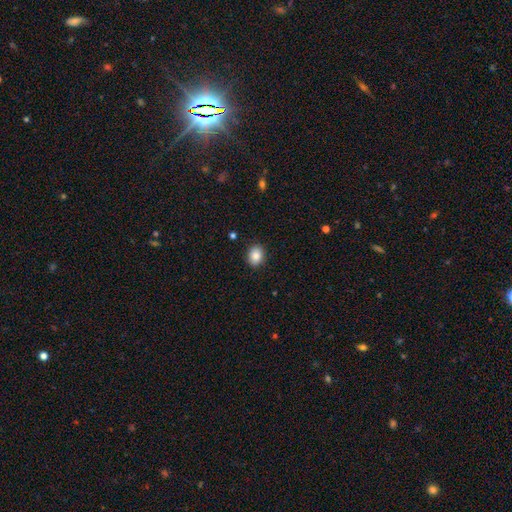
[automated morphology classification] Smooth or featured? smooth (85%)
How rounded? in between (53%)
Merging? none (89%)